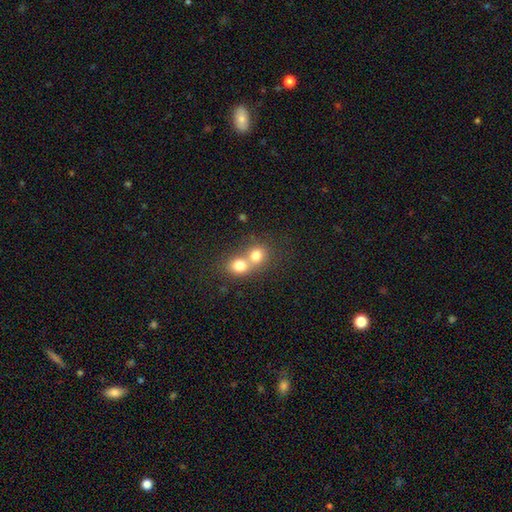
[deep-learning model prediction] Smooth or featured? Predicted: smooth (p=0.74). How rounded? Predicted: round (p=0.73). Merging? Predicted: merger (p=0.68).